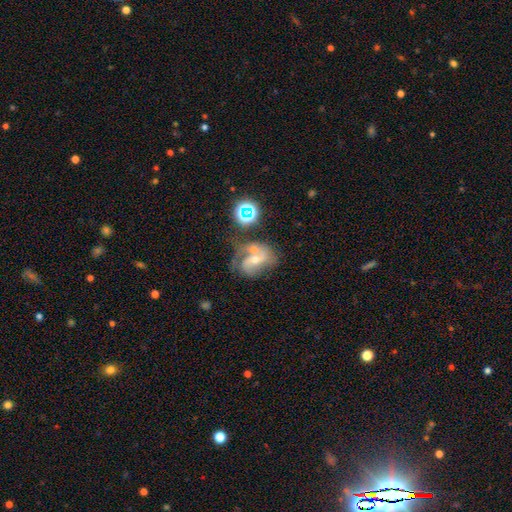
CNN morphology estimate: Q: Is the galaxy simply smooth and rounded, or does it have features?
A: featured or disk — 72%.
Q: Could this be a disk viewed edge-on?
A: no — 97%.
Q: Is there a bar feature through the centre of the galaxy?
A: weak — 43%.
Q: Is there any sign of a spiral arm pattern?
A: yes — 89%.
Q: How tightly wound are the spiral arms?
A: medium — 47%.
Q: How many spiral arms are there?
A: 2 — 62%.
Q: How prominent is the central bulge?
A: small — 49%.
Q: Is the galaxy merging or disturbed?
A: none — 42%.